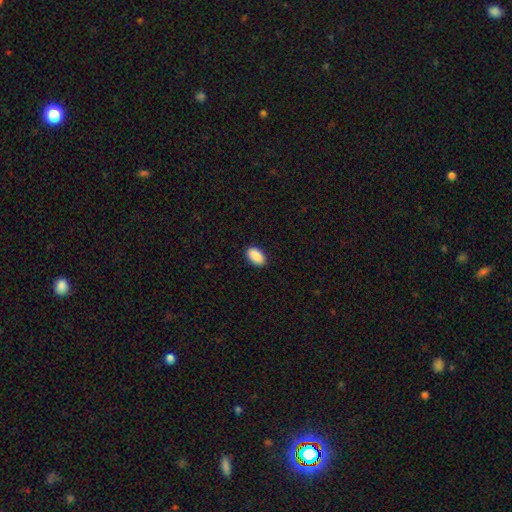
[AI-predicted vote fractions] smooth 91%, star or artifact 7%, featured or disk 2%. Down the decision tree: how rounded — in between (94%); merging — none (90%).